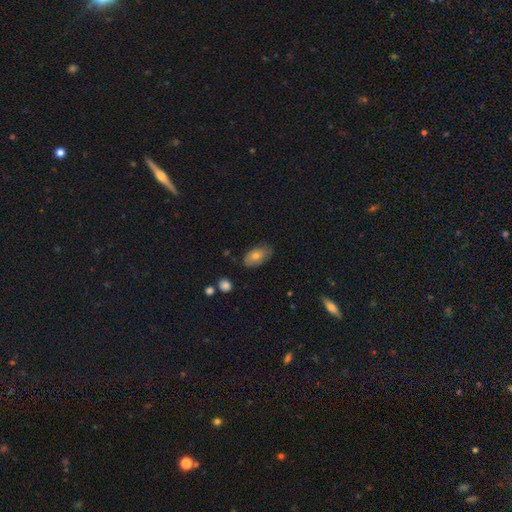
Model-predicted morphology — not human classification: smooth-or-featured: smooth: 64% | featured or disk: 27% | star or artifact: 9%
  how-rounded: in between: 91% | round: 6% | cigar-shaped: 3%
  merging: none: 75% | minor disturbance: 20% | major disturbance: 4% | merger: 2%